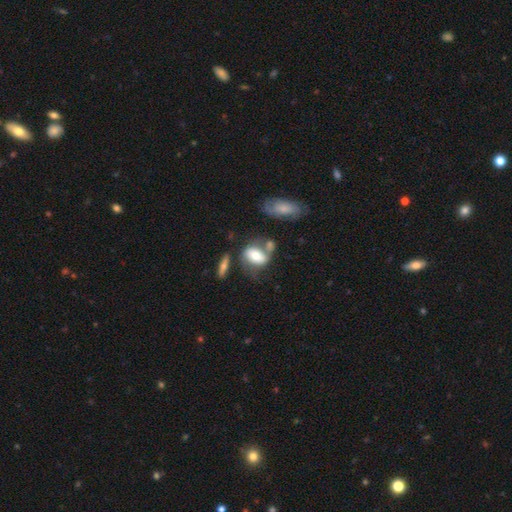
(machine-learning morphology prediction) Q: Smooth or featured?
A: smooth (56%); runner-up: featured or disk (36%)
Q: How rounded?
A: in between (79%); runner-up: round (16%)
Q: Merging?
A: none (39%); runner-up: merger (27%)